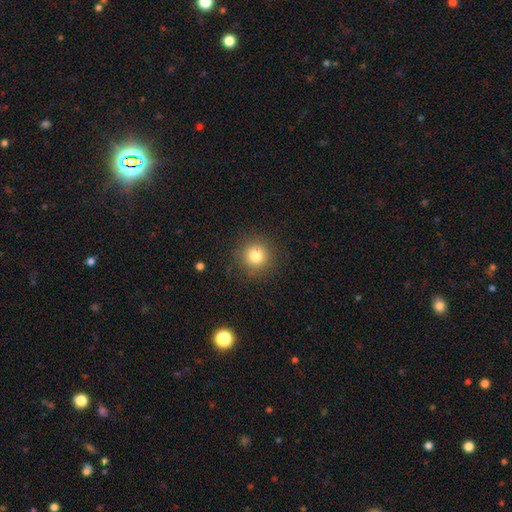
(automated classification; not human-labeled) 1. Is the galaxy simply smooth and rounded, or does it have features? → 80% smooth, 12% star or artifact, 8% featured or disk.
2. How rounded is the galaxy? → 94% round, 5% in between, 1% cigar-shaped.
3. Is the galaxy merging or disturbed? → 88% none, 8% minor disturbance, 3% major disturbance, 1% merger.